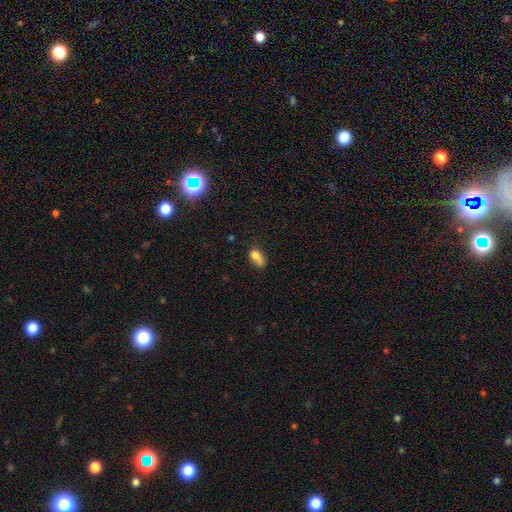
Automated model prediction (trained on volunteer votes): Overall: smooth (73%). How rounded: in between (75%). Merging: none (32%; minor disturbance 26%).